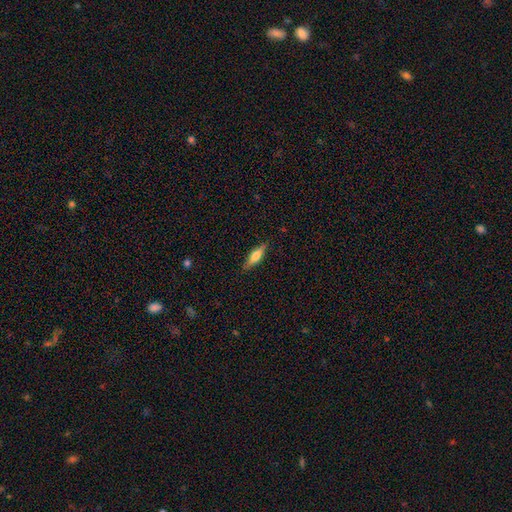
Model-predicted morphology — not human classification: A smooth galaxy with no disk features (51%) that is cigar-shaped (63%). Merging: none (86%).